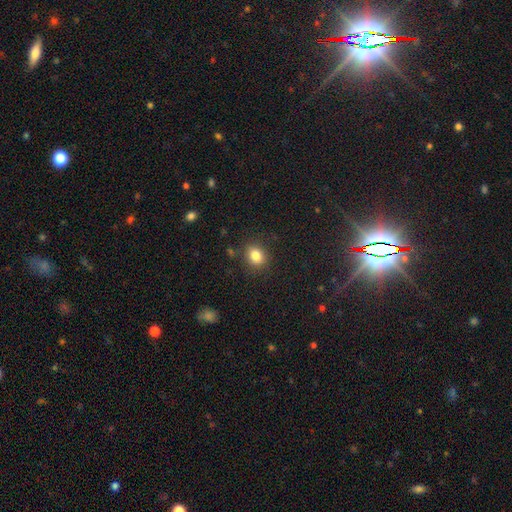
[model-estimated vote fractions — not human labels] Overall: smooth (83%). How rounded: round (56%; in between 43%). Merging: none (85%).